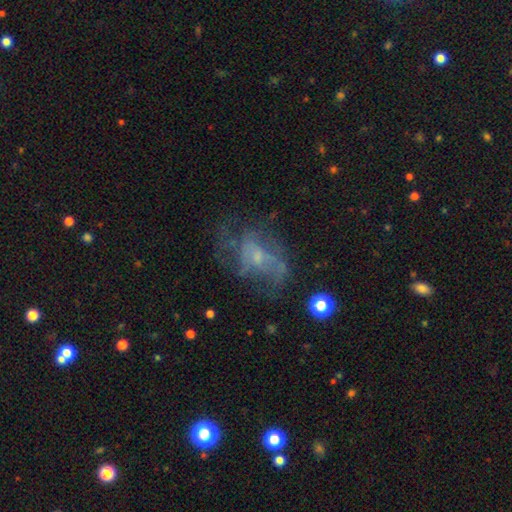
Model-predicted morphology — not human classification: Overall: featured or disk (60%; smooth 26%). Edge-on disk: no (97%). Bar: no (70%). Spiral arms: no (56%; yes 44%). Bulge size: small (51%; none 23%). Merging: none (41%; major disturbance 35%).